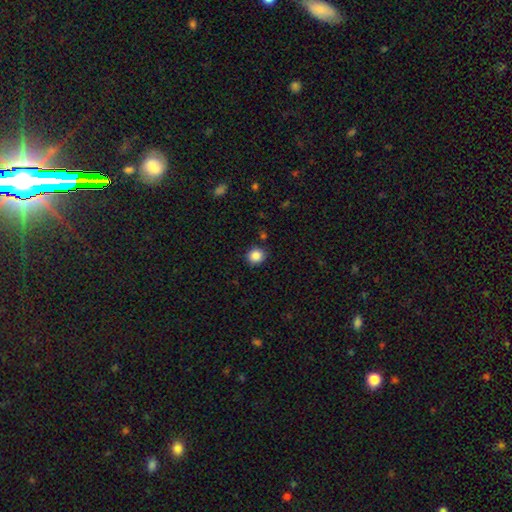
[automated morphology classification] Smooth or featured? smooth (87%)
How rounded? round (86%)
Merging? none (87%)